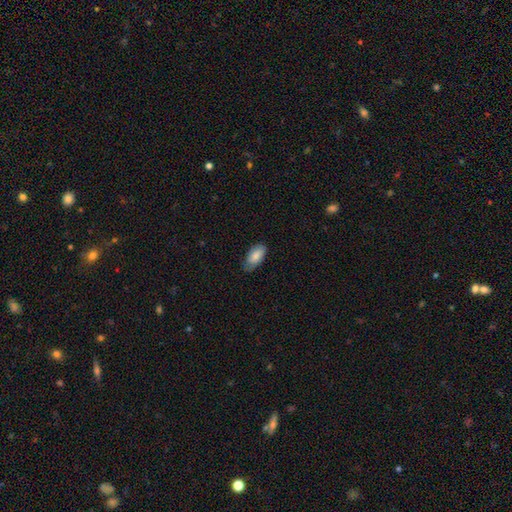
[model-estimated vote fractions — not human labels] The model was most divided on "merging": none: 72%, minor disturbance: 23%, major disturbance: 4%, merger: 1%. More confident: how rounded — in between (93%); smooth or featured — smooth (81%).